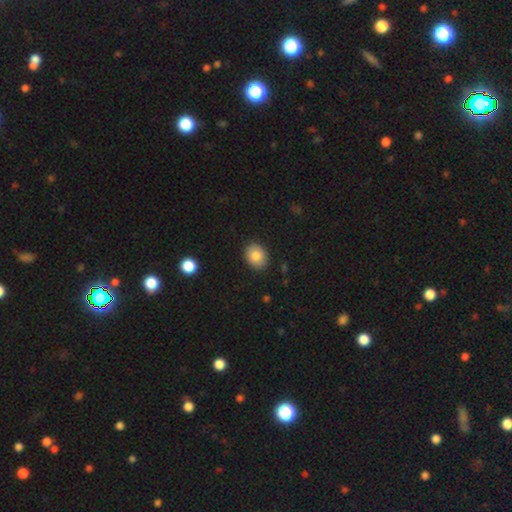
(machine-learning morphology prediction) smooth 84%, featured or disk 8%, star or artifact 8%. Down the decision tree: how rounded — in between (54%); merging — none (89%).